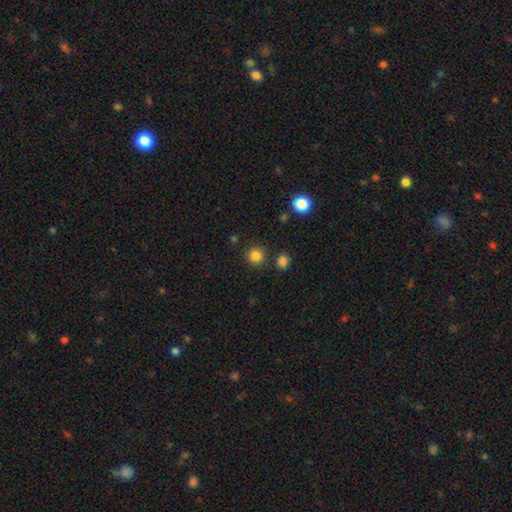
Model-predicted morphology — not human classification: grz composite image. It shows a smooth galaxy with no disk features (83%) that is round (93%). Merging: none (87%).